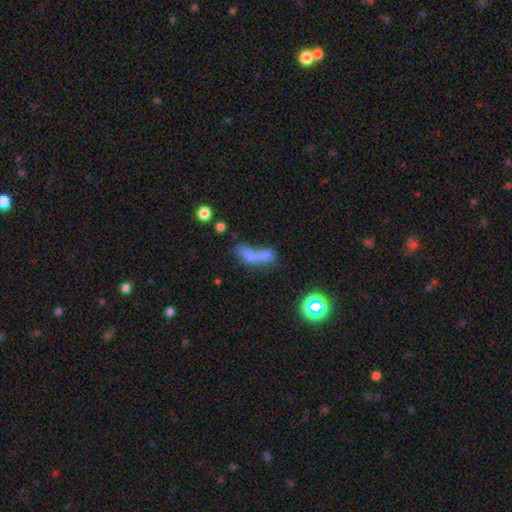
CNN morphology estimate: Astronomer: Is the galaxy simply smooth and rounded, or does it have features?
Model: smooth — 54%.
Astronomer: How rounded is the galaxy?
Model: in between — 52% (runner-up: cigar-shaped, 37%).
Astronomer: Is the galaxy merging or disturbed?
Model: merger — 46% (runner-up: none, 22%).